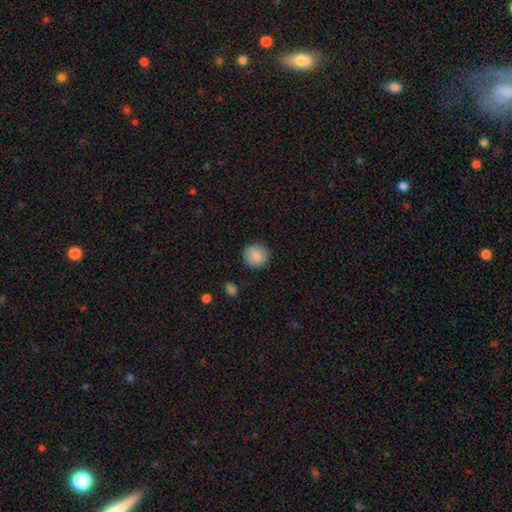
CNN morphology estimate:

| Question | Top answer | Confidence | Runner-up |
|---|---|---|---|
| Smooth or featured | smooth | 86% | star or artifact (7%) |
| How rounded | round | 94% | in between (5%) |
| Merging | none | 89% | minor disturbance (8%) |